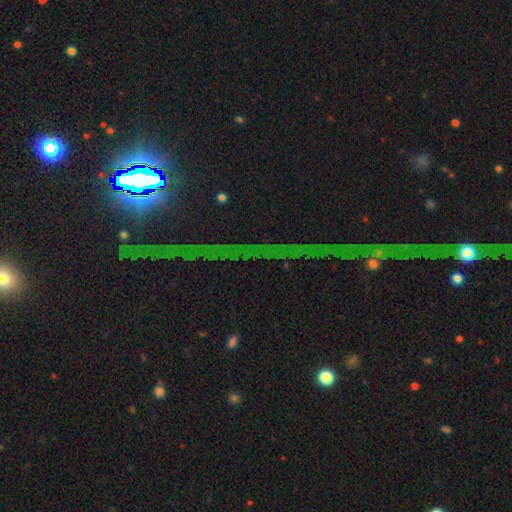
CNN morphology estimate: Smooth or featured: star or artifact — 80% (featured or disk — 12%)